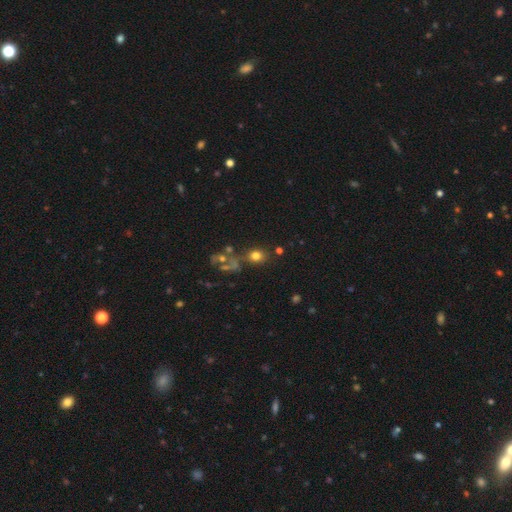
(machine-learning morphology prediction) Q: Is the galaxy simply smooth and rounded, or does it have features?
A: smooth — 72%.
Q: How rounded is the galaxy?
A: round — 66%.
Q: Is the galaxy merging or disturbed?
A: none — 68%.